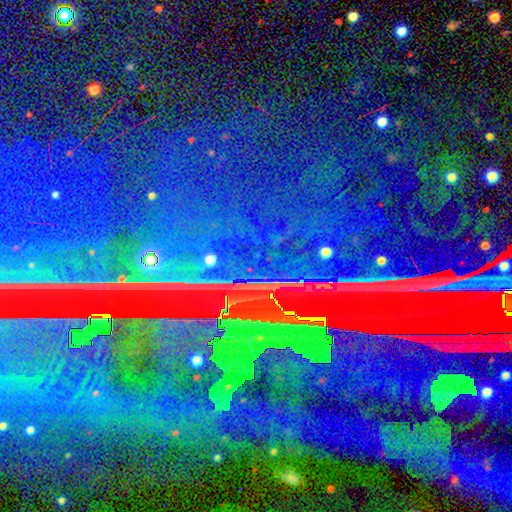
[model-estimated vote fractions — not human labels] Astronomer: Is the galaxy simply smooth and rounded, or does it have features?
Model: star or artifact — 82%.